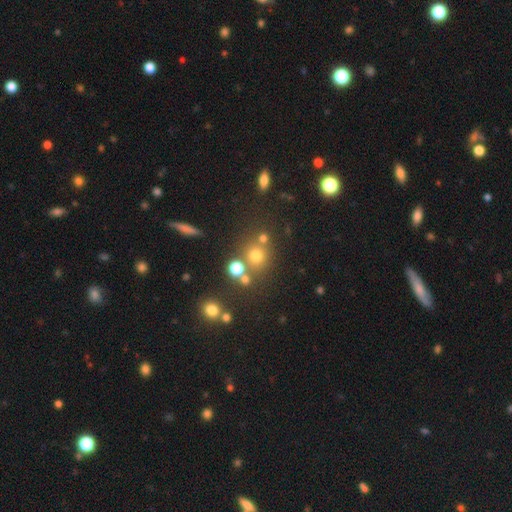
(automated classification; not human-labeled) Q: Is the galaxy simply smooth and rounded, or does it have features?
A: smooth — 65%.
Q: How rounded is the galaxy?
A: round — 86%.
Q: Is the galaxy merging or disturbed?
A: none — 66%.